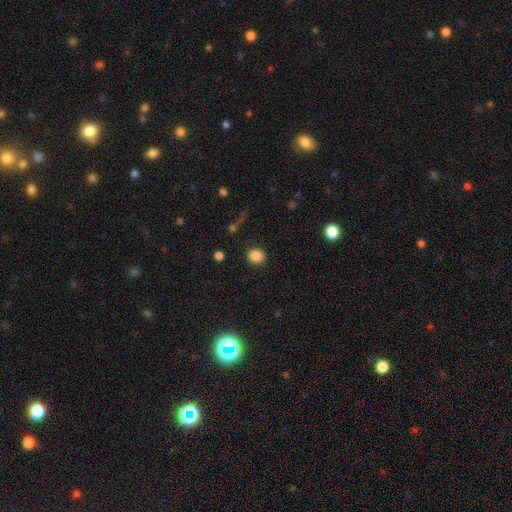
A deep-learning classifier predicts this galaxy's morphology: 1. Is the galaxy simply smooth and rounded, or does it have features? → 86% smooth, 9% star or artifact, 4% featured or disk.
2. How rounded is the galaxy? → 78% round, 21% in between, 1% cigar-shaped.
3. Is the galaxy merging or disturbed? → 88% none, 7% minor disturbance, 3% major disturbance, 2% merger.